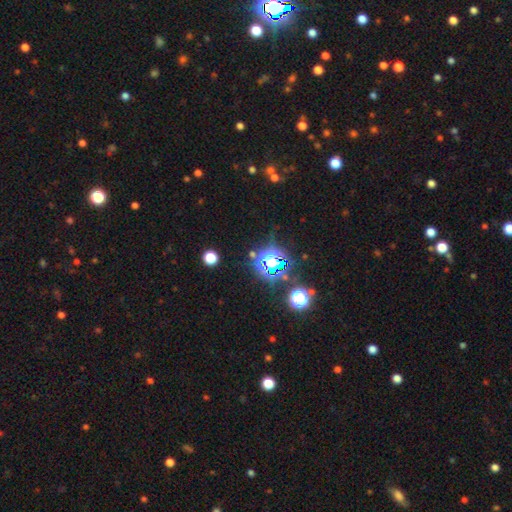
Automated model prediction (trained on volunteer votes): Smooth or featured? star or artifact (76%)